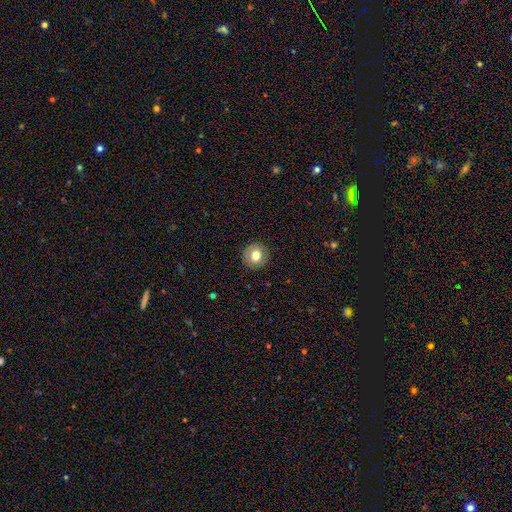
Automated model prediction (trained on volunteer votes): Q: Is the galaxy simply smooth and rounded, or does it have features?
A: smooth — 72%.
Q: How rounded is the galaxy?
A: round — 88%.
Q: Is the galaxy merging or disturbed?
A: none — 89%.